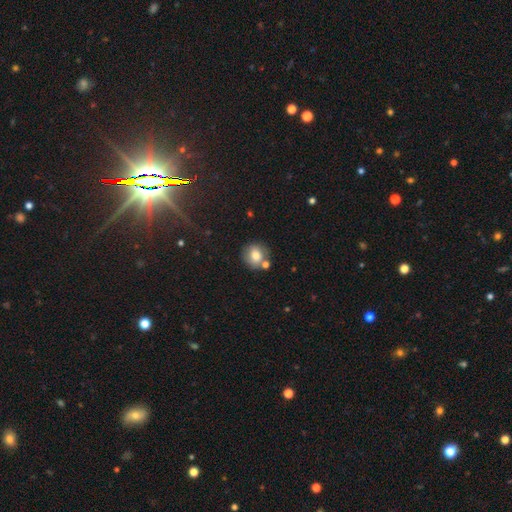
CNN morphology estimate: smooth-or-featured: smooth: 76% | featured or disk: 15% | star or artifact: 10%
  how-rounded: round: 84% | in between: 15% | cigar-shaped: 1%
  merging: none: 69% | merger: 14% | minor disturbance: 13% | major disturbance: 4%